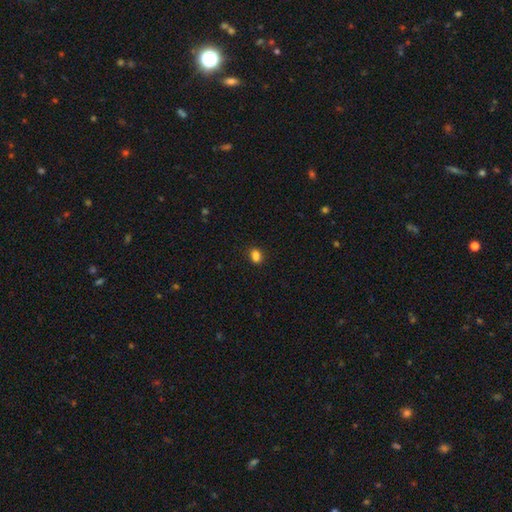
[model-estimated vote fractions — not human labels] Smooth or featured? smooth (79%)
How rounded? in between (60%)
Merging? none (57%)